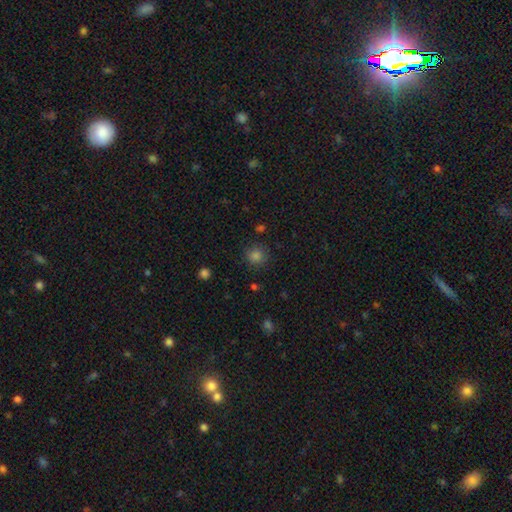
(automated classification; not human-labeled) smooth-or-featured: smooth: 78% | star or artifact: 17% | featured or disk: 5%
  how-rounded: round: 92% | in between: 7% | cigar-shaped: 1%
  merging: none: 86% | minor disturbance: 9% | major disturbance: 3% | merger: 2%